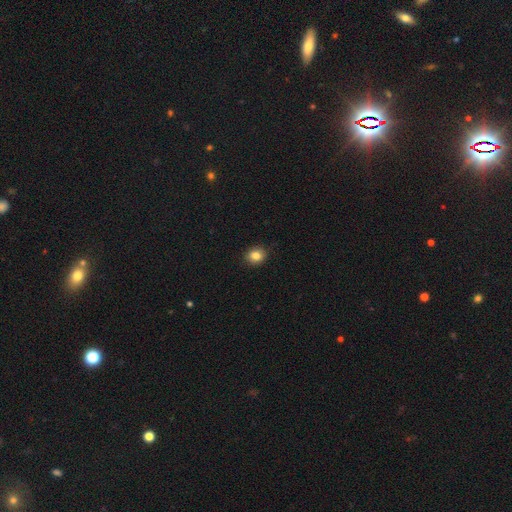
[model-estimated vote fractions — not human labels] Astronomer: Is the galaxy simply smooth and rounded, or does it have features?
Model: smooth — 84%.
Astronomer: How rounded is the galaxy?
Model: round — 66%.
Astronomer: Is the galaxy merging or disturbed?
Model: none — 89%.